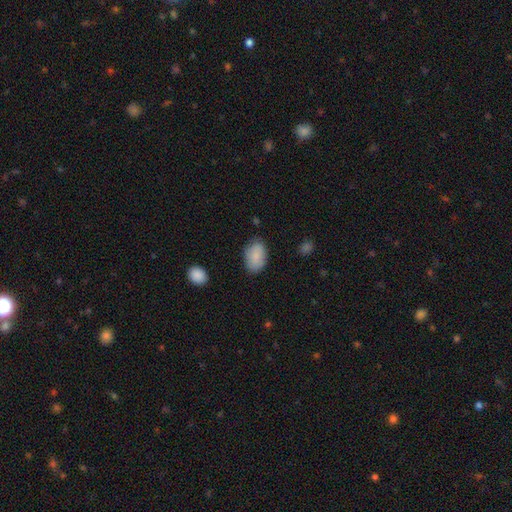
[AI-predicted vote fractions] Smooth or featured? smooth (87%)
How rounded? in between (90%)
Merging? none (79%)